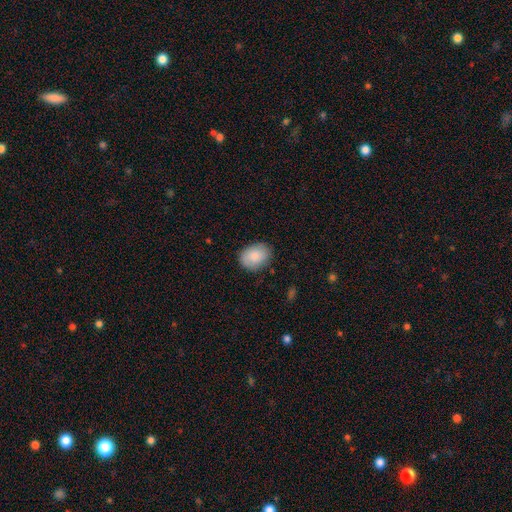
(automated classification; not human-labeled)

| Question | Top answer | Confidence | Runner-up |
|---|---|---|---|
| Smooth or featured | smooth | 85% | featured or disk (8%) |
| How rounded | in between | 70% | round (29%) |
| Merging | none | 83% | minor disturbance (13%) |